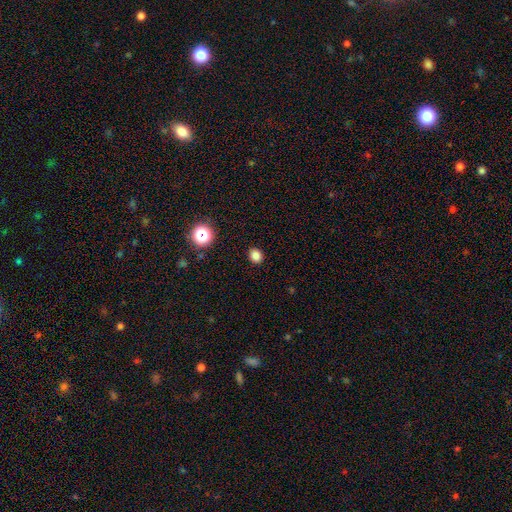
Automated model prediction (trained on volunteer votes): Q: Smooth or featured?
A: smooth (82%); runner-up: star or artifact (14%)
Q: How rounded?
A: round (58%); runner-up: in between (41%)
Q: Merging?
A: none (90%); runner-up: minor disturbance (7%)